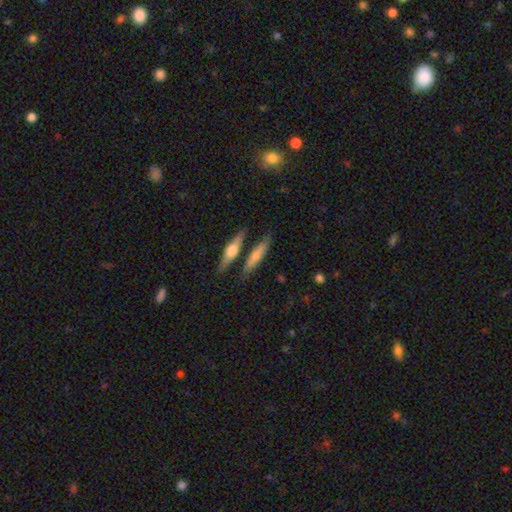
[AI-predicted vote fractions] Overall: smooth (57%; featured or disk 37%). How rounded: cigar-shaped (79%). Merging: none (73%).